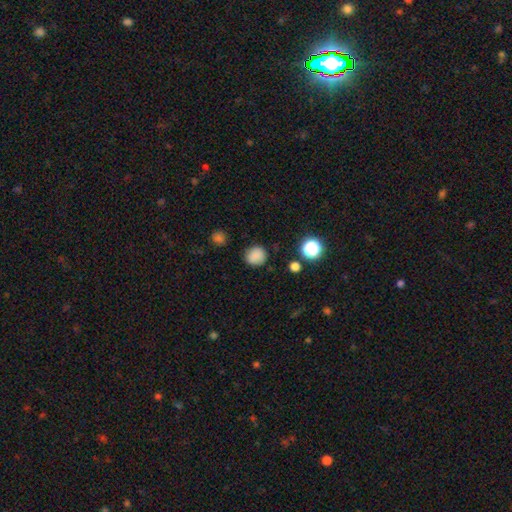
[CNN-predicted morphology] smooth-or-featured: smooth: 83% | star or artifact: 13% | featured or disk: 4%
  how-rounded: round: 85% | in between: 14% | cigar-shaped: 1%
  merging: none: 83% | minor disturbance: 11% | major disturbance: 3% | merger: 2%